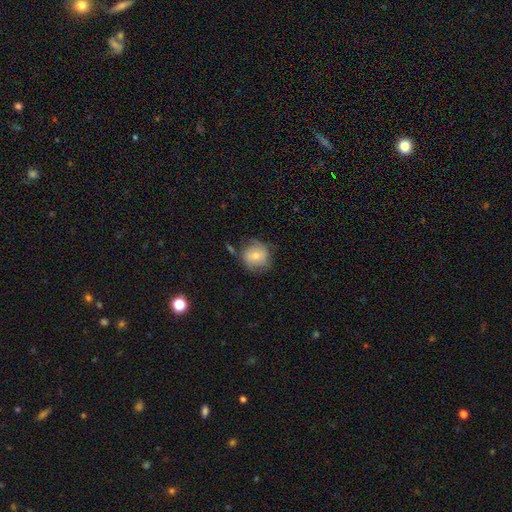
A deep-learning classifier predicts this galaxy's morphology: This is likely a smooth galaxy (64%). How rounded: clearly round (90%). Merging: likely none (65%).